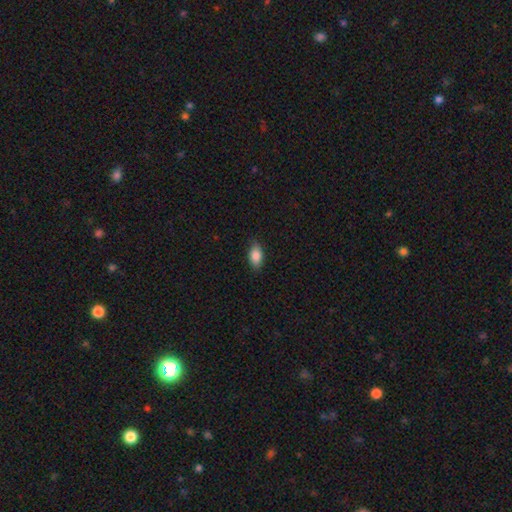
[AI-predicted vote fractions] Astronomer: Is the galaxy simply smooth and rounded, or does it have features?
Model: smooth — 86%.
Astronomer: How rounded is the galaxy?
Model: in between — 90%.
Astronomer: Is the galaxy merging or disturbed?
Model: none — 84%.